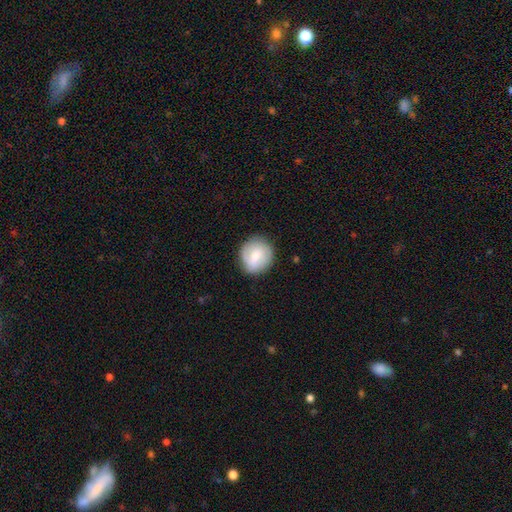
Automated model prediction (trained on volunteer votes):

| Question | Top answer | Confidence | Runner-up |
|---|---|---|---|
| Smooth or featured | smooth | 57% | featured or disk (36%) |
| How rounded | round | 89% | in between (10%) |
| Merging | none | 83% | minor disturbance (13%) |